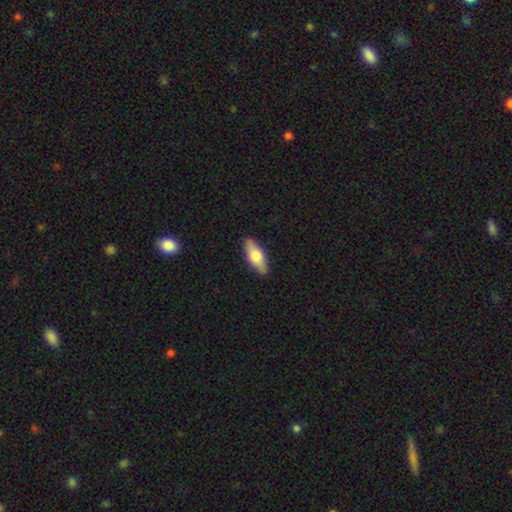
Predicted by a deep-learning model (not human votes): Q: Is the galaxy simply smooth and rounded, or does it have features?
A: smooth — 64%.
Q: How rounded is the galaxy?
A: in between — 73%.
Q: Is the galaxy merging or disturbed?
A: none — 86%.